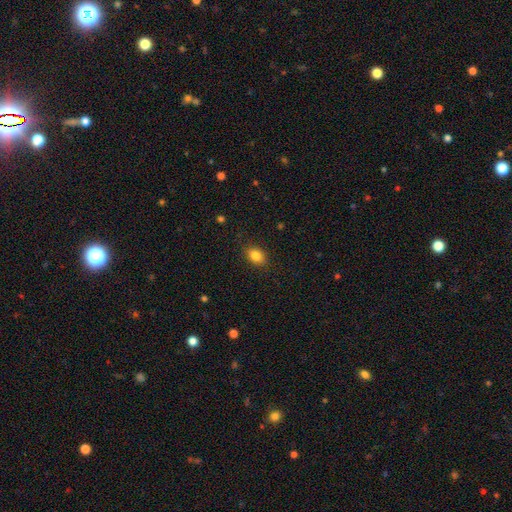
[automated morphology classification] This appears to be a smooth galaxy with no disk features (84%) that is in between round and cigar-shaped (72%). Merging: none (87%).